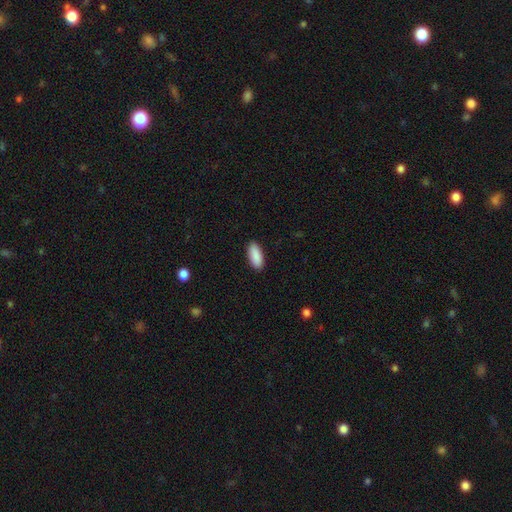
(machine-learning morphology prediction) smooth 91%, star or artifact 6%, featured or disk 3%. Down the decision tree: how rounded — in between (85%); merging — none (90%).